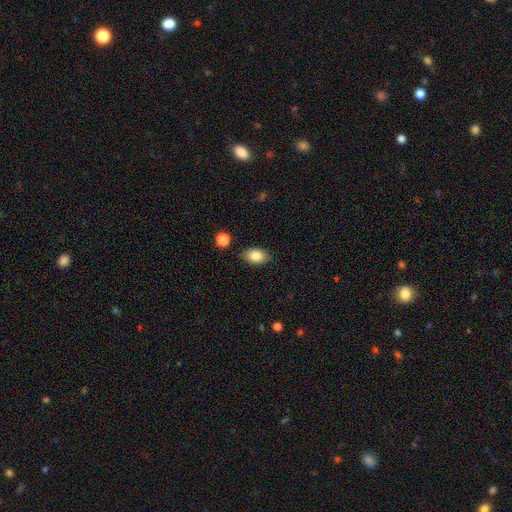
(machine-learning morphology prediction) Smooth or featured: smooth — 85% (featured or disk — 8%)
How rounded: in between — 89% (round — 10%)
Merging: none — 86% (minor disturbance — 10%)